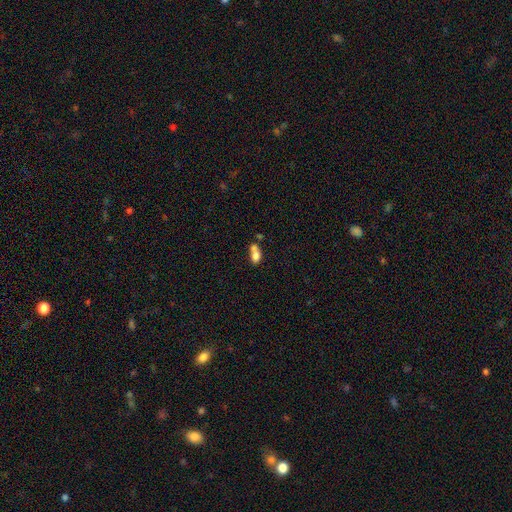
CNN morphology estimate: Smooth or featured? smooth (74%)
How rounded? in between (81%)
Merging? merger (55%)